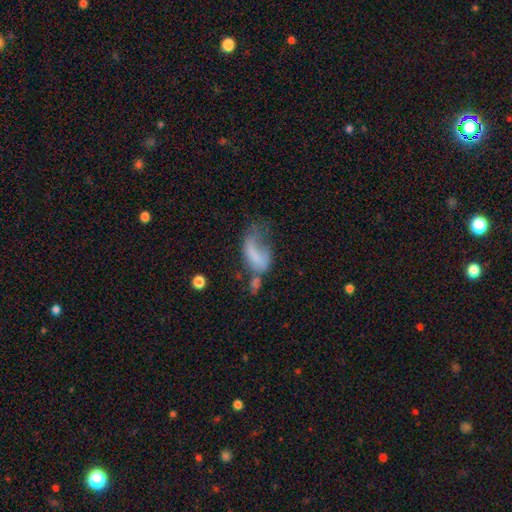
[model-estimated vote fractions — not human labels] The model was most divided on "smooth or featured": smooth: 53%, featured or disk: 36%, star or artifact: 11%. Remaining: how rounded — in between (88%); merging — major disturbance (49%).